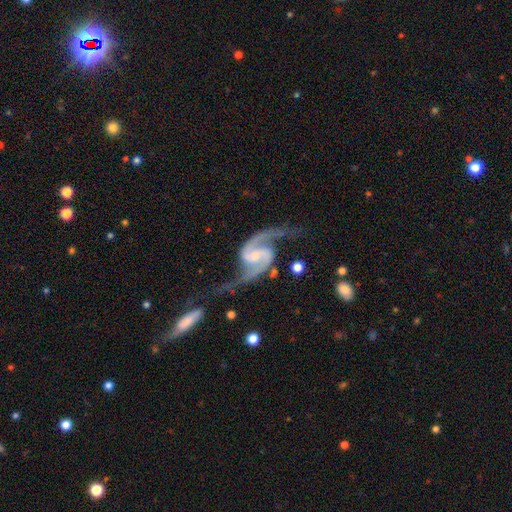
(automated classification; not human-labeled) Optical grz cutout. It shows a featured or disk galaxy (94%) with a weak bar (49%), 2 (95%) loose (52%) spiral arms (99%) and a small central bulge (41%). Merging: none (65%).